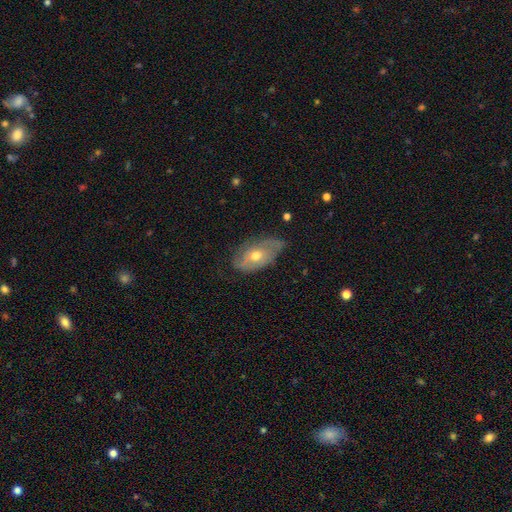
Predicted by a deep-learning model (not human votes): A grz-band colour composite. It shows a featured or disk galaxy (59%) with no bar (75%), spiral arms (61%) and a moderate central bulge (72%). Merging: none (59%).